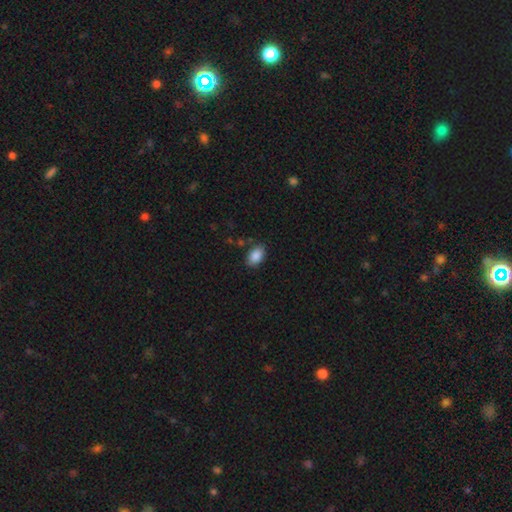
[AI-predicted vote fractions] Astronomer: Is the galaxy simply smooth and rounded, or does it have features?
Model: smooth — 88%.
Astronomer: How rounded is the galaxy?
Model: in between — 89%.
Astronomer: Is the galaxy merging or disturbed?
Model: none — 83%.